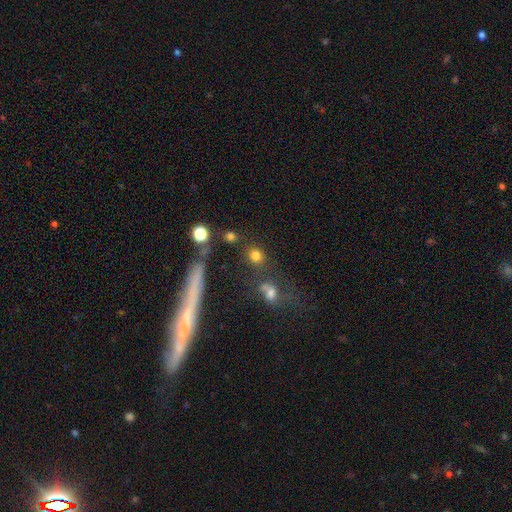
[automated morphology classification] Smooth or featured? smooth (79%)
How rounded? round (77%)
Merging? none (74%)